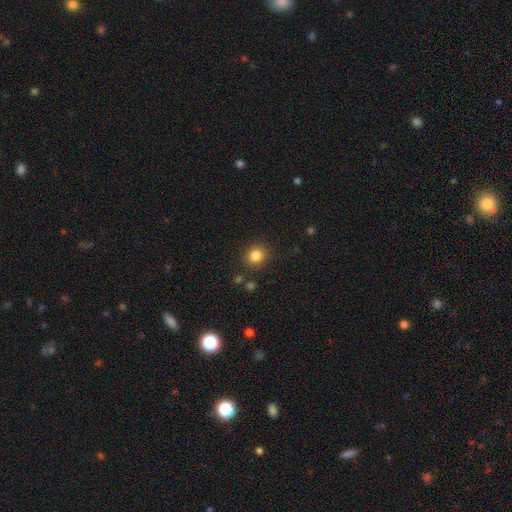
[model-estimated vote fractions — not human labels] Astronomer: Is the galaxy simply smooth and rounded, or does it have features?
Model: smooth — 85%.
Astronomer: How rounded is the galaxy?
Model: round — 84%.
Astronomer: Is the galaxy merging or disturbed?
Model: none — 86%.